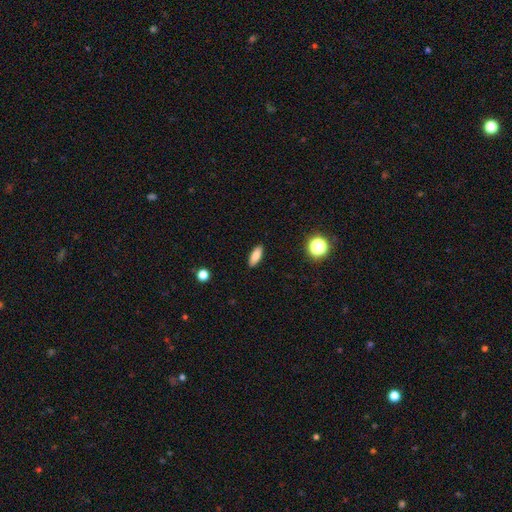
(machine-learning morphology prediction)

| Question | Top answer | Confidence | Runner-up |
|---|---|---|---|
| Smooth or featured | smooth | 80% | featured or disk (11%) |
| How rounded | in between | 70% | cigar-shaped (27%) |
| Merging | none | 90% | minor disturbance (7%) |